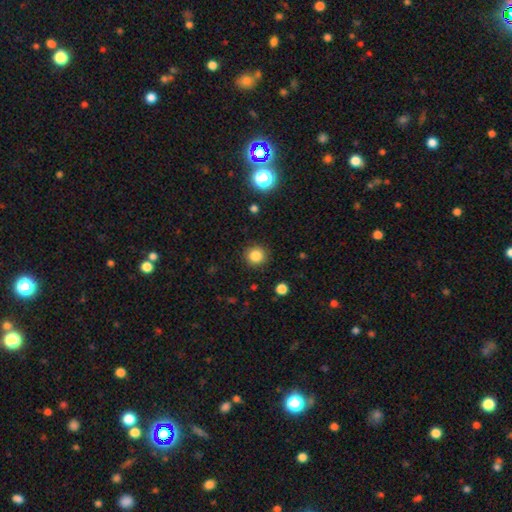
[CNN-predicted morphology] smooth-or-featured: smooth: 83% | star or artifact: 12% | featured or disk: 5%
  how-rounded: round: 93% | in between: 6% | cigar-shaped: 1%
  merging: none: 90% | minor disturbance: 7% | major disturbance: 2% | merger: 1%